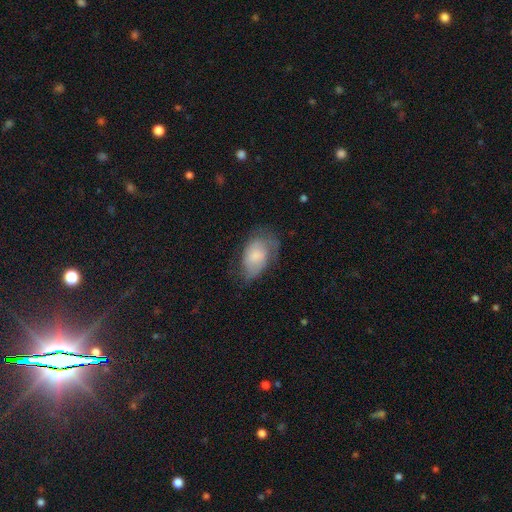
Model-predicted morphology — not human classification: A smooth galaxy with no disk features (60%) that is in between round and cigar-shaped (91%). Merging: none (50%).